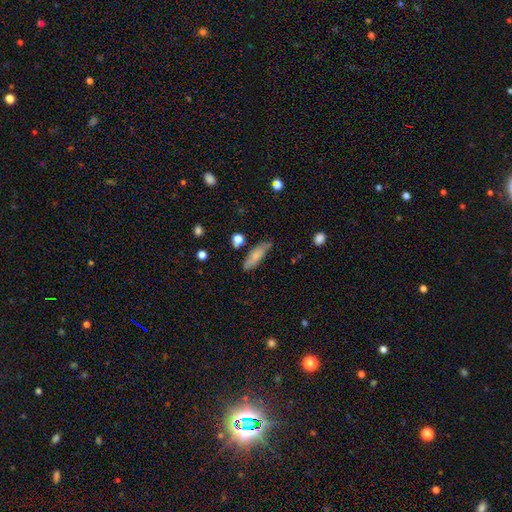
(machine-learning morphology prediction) Q: Smooth or featured?
A: smooth (75%); runner-up: featured or disk (17%)
Q: How rounded?
A: in between (52%); runner-up: cigar-shaped (46%)
Q: Merging?
A: none (70%); runner-up: minor disturbance (22%)